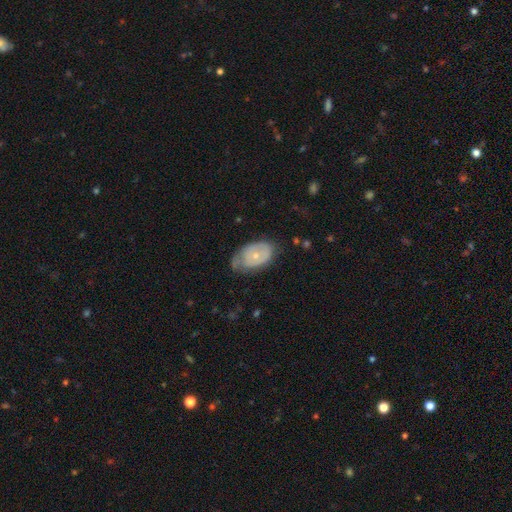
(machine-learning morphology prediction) featured or disk 48%, smooth 46%, star or artifact 6%. Down the decision tree: merging — none (47%).